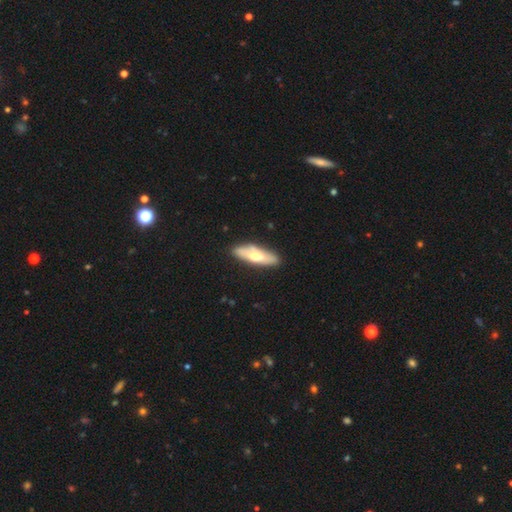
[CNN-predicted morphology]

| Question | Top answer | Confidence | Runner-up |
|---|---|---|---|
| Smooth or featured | smooth | 56% | featured or disk (39%) |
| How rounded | in between | 49% | tied: cigar-shaped (49%) |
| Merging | none | 84% | minor disturbance (12%) |